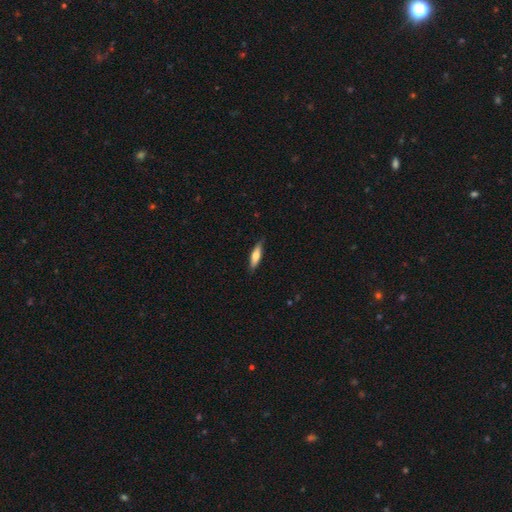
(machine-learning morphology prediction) smooth 63%, featured or disk 32%, star or artifact 6%. Down the decision tree: how rounded — cigar-shaped (65%); merging — none (82%).